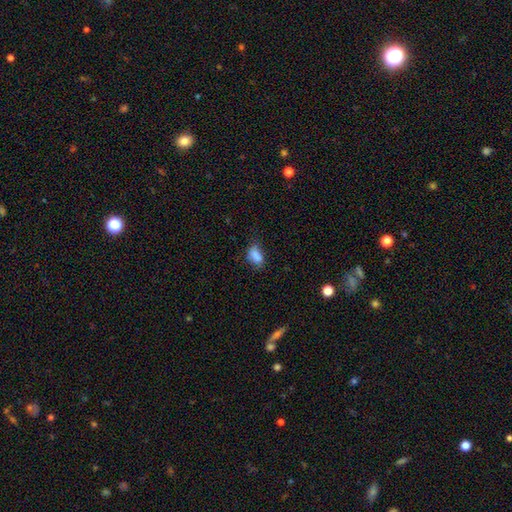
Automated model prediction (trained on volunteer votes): Overall: smooth (83%). How rounded: in between (86%). Merging: none (56%; minor disturbance 31%).